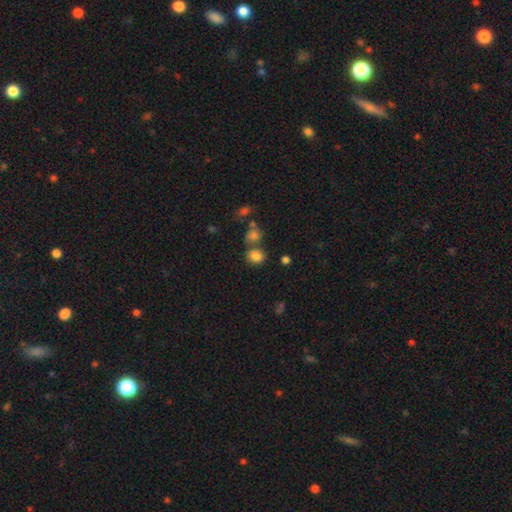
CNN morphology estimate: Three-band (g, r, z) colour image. It shows a smooth galaxy with no disk features (81%) that is round (56%). Merging: none (58%).